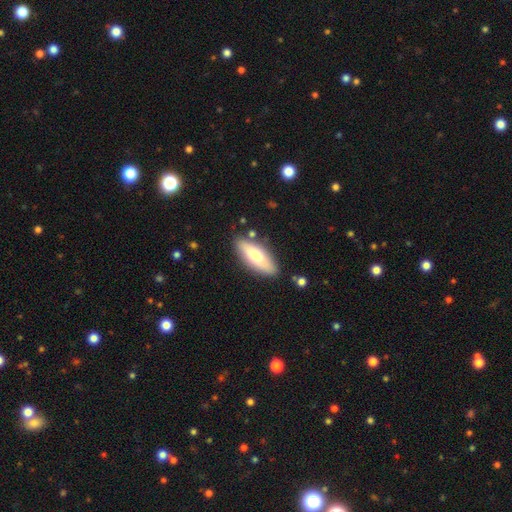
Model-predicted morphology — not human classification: Smooth or featured?
  - smooth: 70% *
  - featured or disk: 24%
  - star or artifact: 6%
How rounded?
  - in between: 66% *
  - cigar-shaped: 32%
  - round: 2%
Merging?
  - none: 81% *
  - minor disturbance: 13%
  - merger: 3%
  - major disturbance: 3%